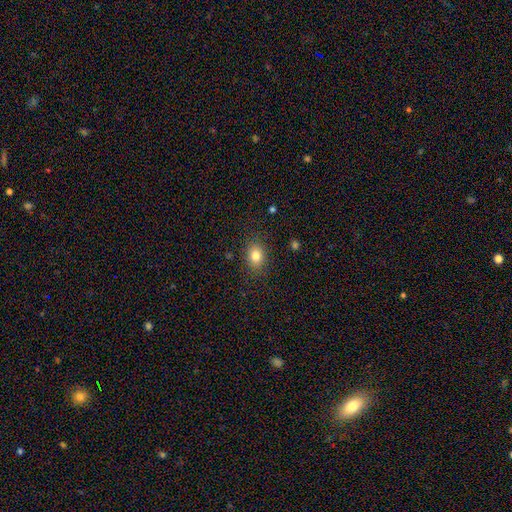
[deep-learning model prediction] A smooth galaxy with no disk features (81%) that is in between round and cigar-shaped (63%).

Vote fractions:
- Smooth or featured? smooth: 81% / star or artifact: 11% / featured or disk: 8%
- How rounded? in between: 63% / round: 36% / cigar-shaped: 1%
- Merging? none: 86% / minor disturbance: 10% / major disturbance: 3% / merger: 1%